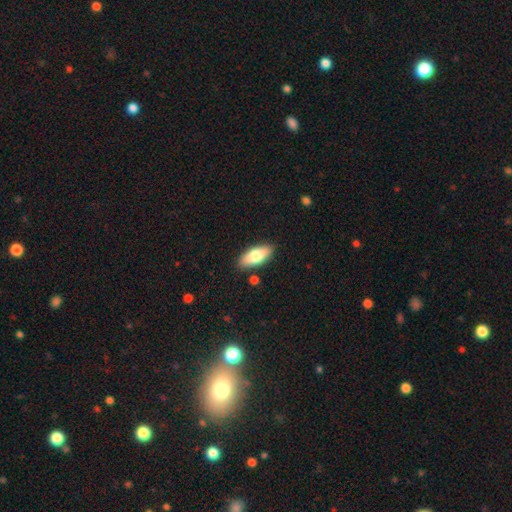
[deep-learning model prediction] Smooth or featured? Predicted: smooth (p=0.73). How rounded? Predicted: in between (p=0.80). Merging? Predicted: none (p=0.86).